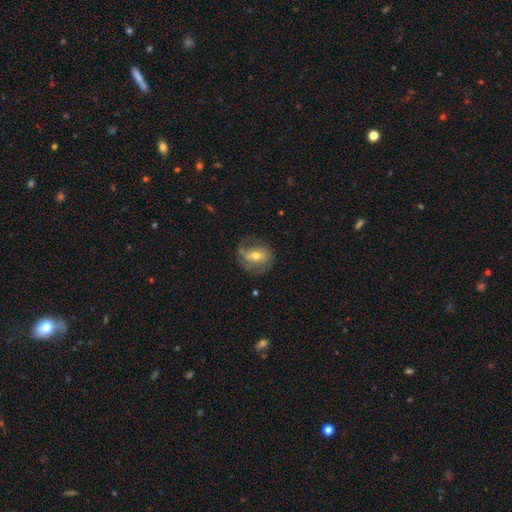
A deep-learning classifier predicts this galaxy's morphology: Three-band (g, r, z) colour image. It shows a featured or disk galaxy (51%). Merging: none (59%).